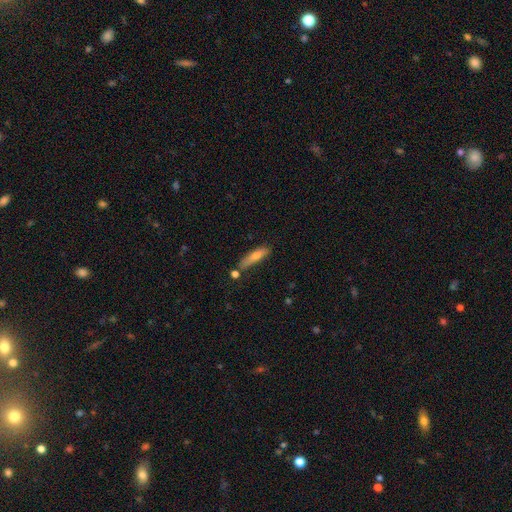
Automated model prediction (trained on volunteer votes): A smooth galaxy with no disk features (55%) that is cigar-shaped (79%).

Vote fractions:
- Smooth or featured? smooth: 55% / featured or disk: 35% / star or artifact: 10%
- How rounded? cigar-shaped: 79% / in between: 19% / round: 2%
- Merging? none: 72% / minor disturbance: 17% / merger: 7% / major disturbance: 4%